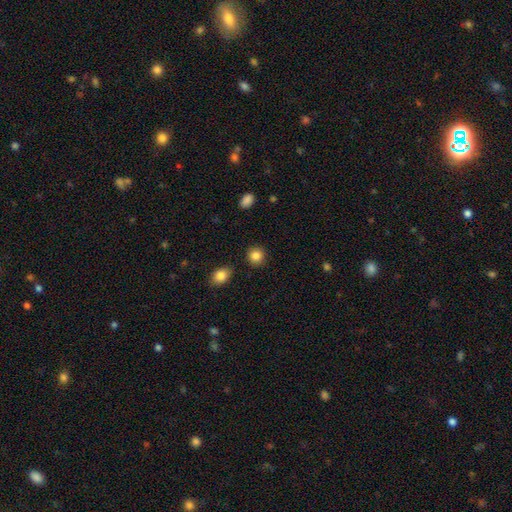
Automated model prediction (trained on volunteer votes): Overall: smooth (86%). How rounded: round (89%). Merging: none (90%).